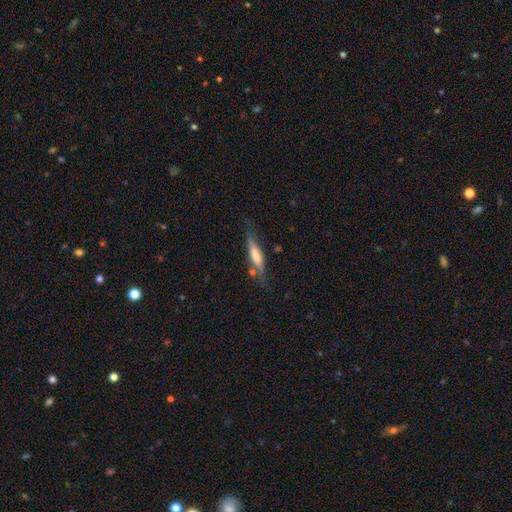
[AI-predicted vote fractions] smooth_or_featured: smooth (p=0.49) [alt: featured or disk p=0.44]
merging: none (p=0.67) [alt: minor disturbance p=0.20]